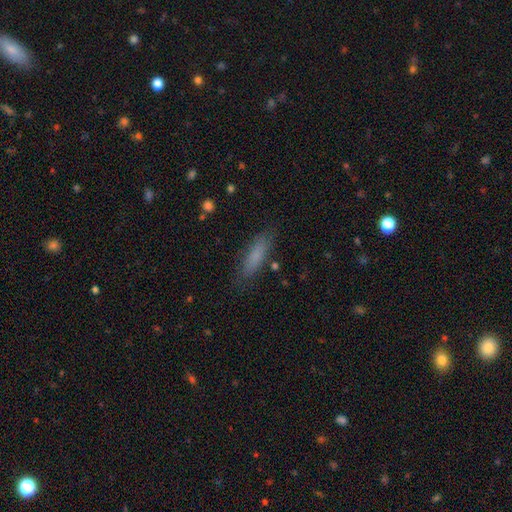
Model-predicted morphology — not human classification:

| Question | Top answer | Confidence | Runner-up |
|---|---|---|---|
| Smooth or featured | smooth | 79% | featured or disk (13%) |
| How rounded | cigar-shaped | 61% | in between (37%) |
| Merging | none | 83% | minor disturbance (12%) |